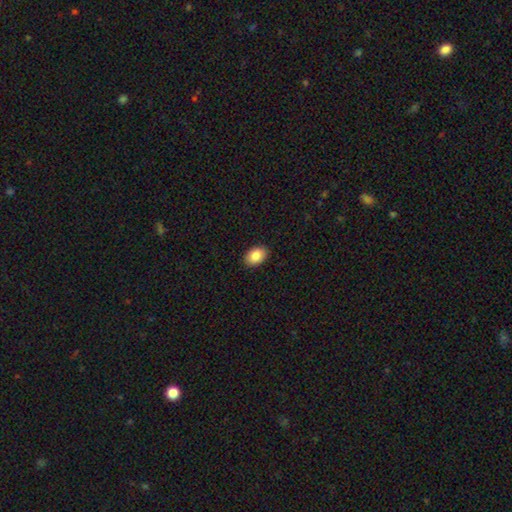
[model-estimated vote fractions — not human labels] Smooth or featured? Predicted: smooth (p=0.87). How rounded? Predicted: in between (p=0.85). Merging? Predicted: none (p=0.90).